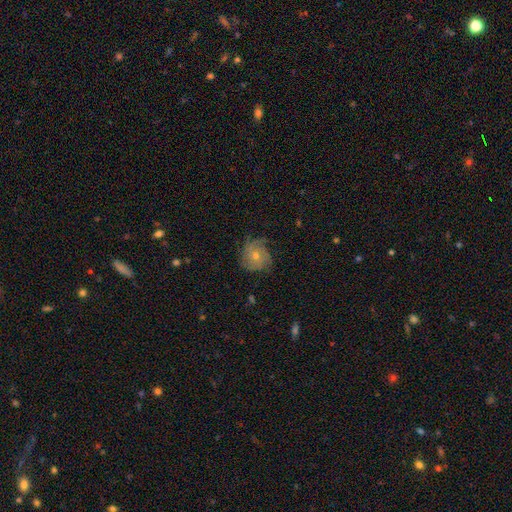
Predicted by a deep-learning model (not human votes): smooth-or-featured: featured or disk: 59% | smooth: 28% | star or artifact: 13%
  disk-edge-on: no: 97% | yes: 3%
    bar: no: 84% | weak: 13% | strong: 2%
    has-spiral-arms: yes: 88% | no: 12%
      spiral-winding: tight: 57% | medium: 32% | loose: 11%
      spiral-arm-count: can't tell: 35% | 3: 27% | 2: 13% | 4: 13% | more than 4: 6% | 1: 6%
    bulge-size: moderate: 49% | small: 46% | large: 2% | none: 1% | dominant: 1%
  merging: none: 76% | minor disturbance: 17% | major disturbance: 6% | merger: 1%